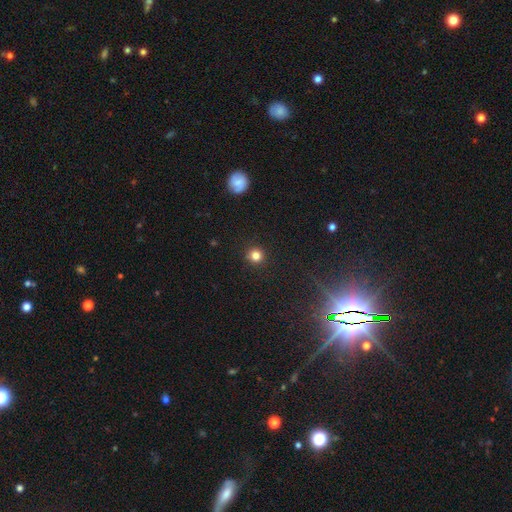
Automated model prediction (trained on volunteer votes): A smooth galaxy with no disk features (82%) that is round (94%). Merging: none (91%).